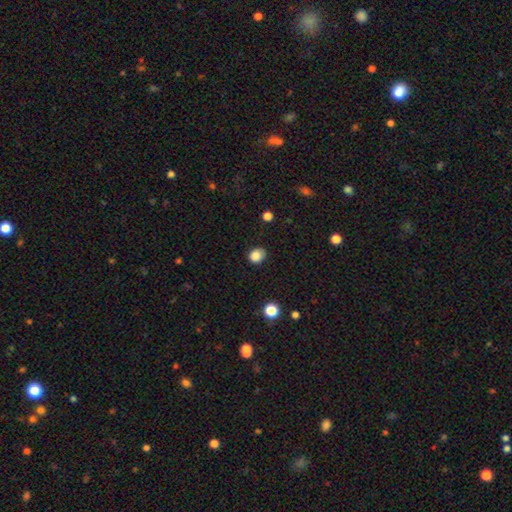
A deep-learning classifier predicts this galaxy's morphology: This appears to be a smooth galaxy with no disk features (86%) that is round (62%). Merging: none (77%).